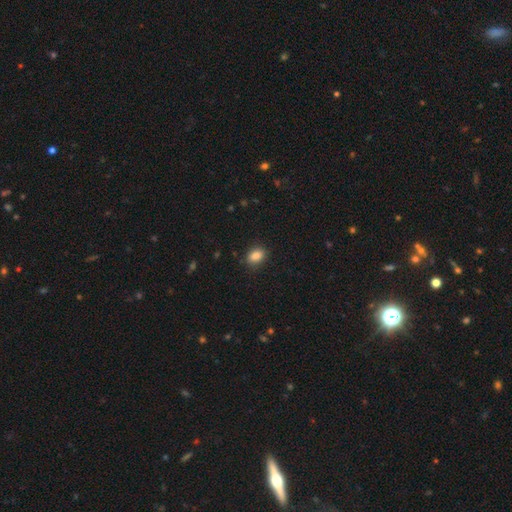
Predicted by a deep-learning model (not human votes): Overall: smooth (87%). How rounded: in between (77%). Merging: none (85%).